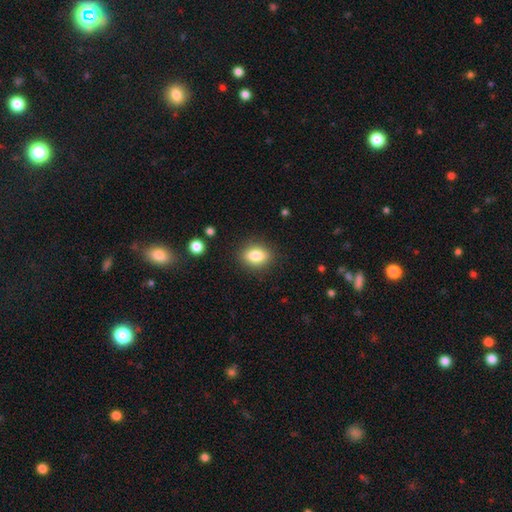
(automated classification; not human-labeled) Smooth or featured: smooth — 82% (featured or disk — 9%)
How rounded: in between — 73% (round — 23%)
Merging: none — 87% (minor disturbance — 9%)